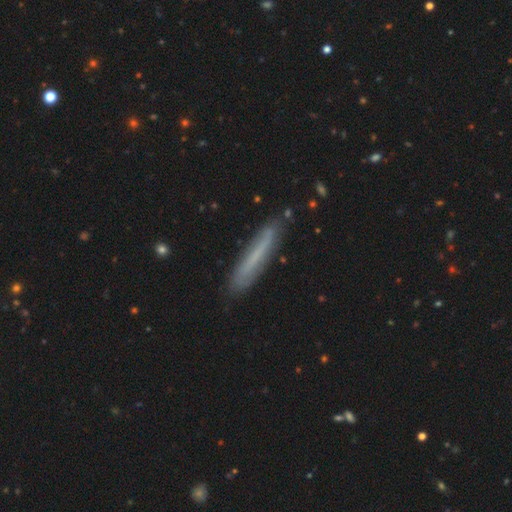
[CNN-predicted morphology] Smooth or featured: smooth — 59% (featured or disk — 33%)
How rounded: cigar-shaped — 94% (in between — 5%)
Merging: none — 83% (minor disturbance — 13%)